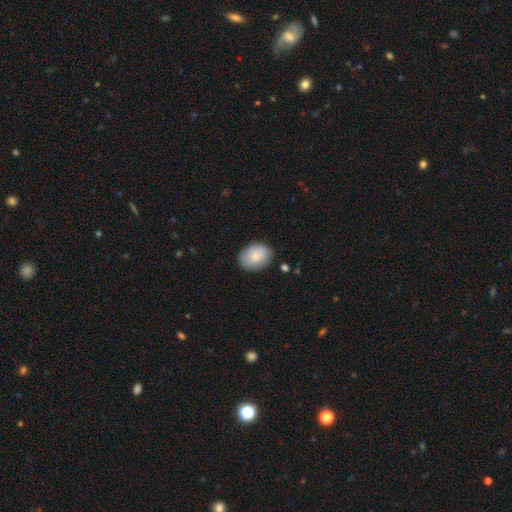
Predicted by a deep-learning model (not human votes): Smooth or featured? Predicted: smooth (p=0.86). How rounded? Predicted: in between (p=0.65). Merging? Predicted: none (p=0.83).